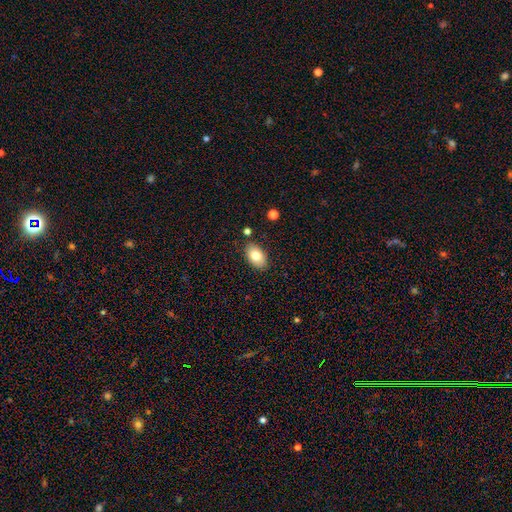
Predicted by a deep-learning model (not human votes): smooth 78%, featured or disk 14%, star or artifact 8%. Down the decision tree: how rounded — in between (90%); merging — none (85%).